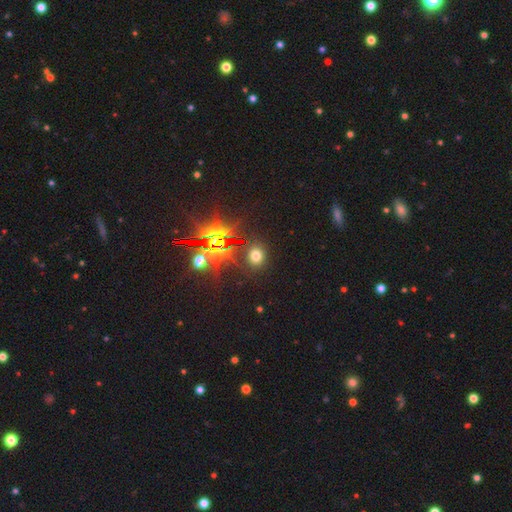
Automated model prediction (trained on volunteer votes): Q: Smooth or featured?
A: smooth (58%); runner-up: star or artifact (34%)
Q: How rounded?
A: round (61%); runner-up: in between (37%)
Q: Merging?
A: none (85%); runner-up: minor disturbance (8%)